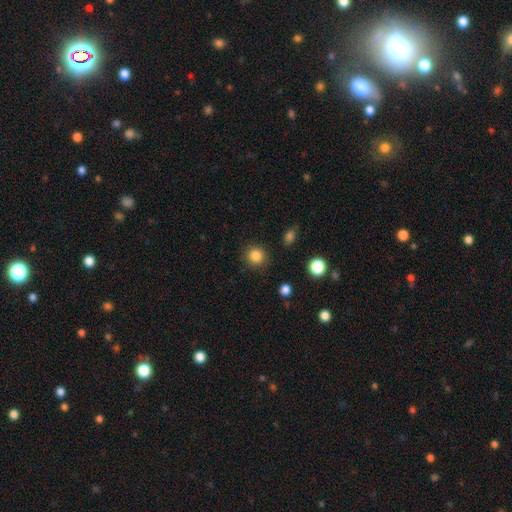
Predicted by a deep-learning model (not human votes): Overall: smooth (85%). How rounded: round (90%). Merging: none (88%).